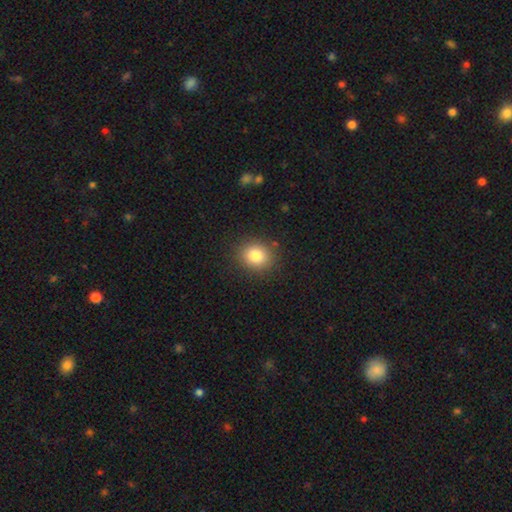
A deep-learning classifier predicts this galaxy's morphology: type=smooth (82%); roundness=round (69%); merging=none (87%).